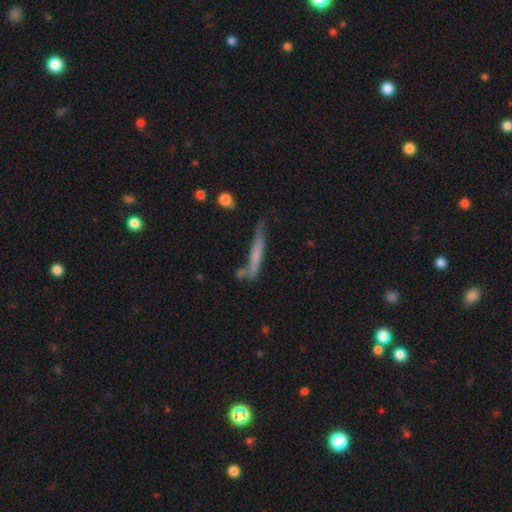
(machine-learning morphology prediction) type=smooth (58%); roundness=cigar-shaped (94%); merging=none (62%).